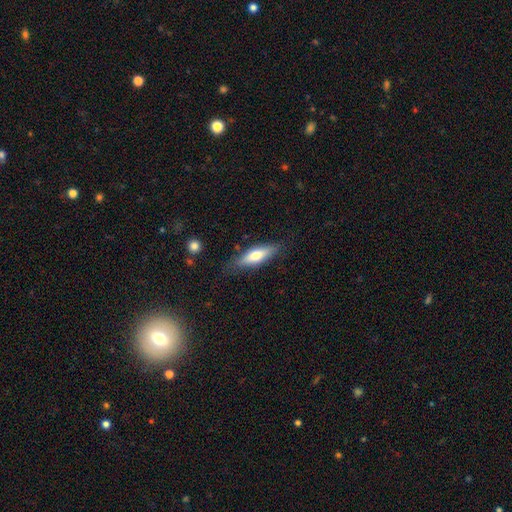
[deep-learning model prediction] A smooth galaxy with no disk features (60%) that is cigar-shaped (52%).

Vote fractions:
- Smooth or featured? smooth: 60% / featured or disk: 34% / star or artifact: 6%
- How rounded? cigar-shaped: 52% / in between: 46% / round: 2%
- Merging? none: 78% / minor disturbance: 16% / major disturbance: 4% / merger: 2%